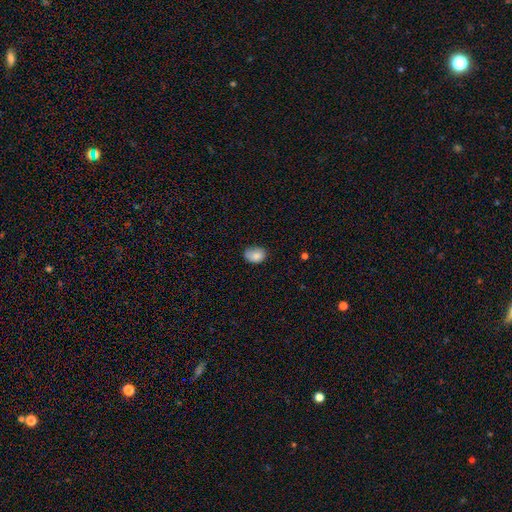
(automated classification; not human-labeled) A smooth galaxy with no disk features (84%) that is in between round and cigar-shaped (73%). Merging: none (61%).